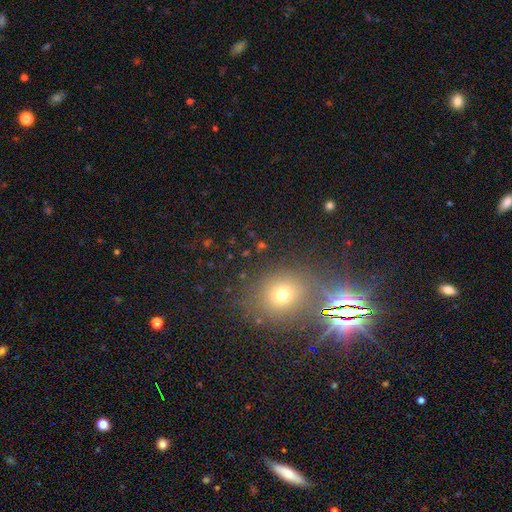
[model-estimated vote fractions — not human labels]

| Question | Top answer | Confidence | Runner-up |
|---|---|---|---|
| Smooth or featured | star or artifact | 51% | smooth (37%) |